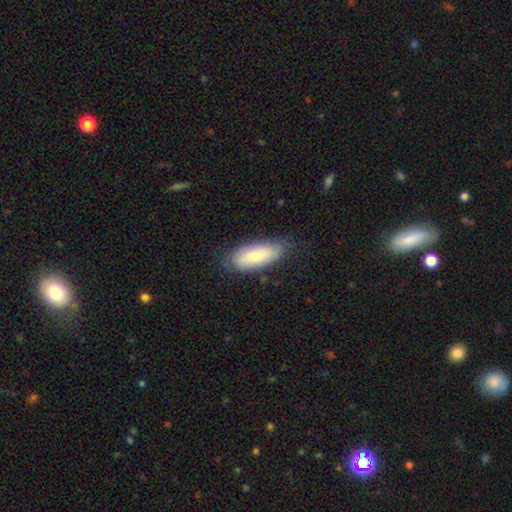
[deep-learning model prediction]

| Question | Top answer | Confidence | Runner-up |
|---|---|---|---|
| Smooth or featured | smooth | 74% | featured or disk (20%) |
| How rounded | in between | 80% | cigar-shaped (18%) |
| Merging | none | 72% | minor disturbance (22%) |